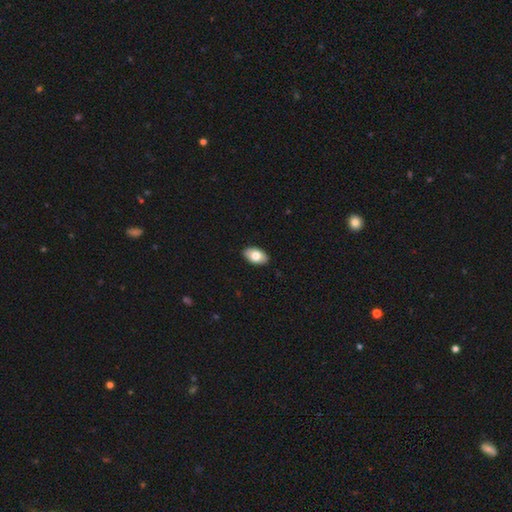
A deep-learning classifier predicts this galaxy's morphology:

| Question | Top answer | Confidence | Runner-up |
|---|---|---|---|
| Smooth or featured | smooth | 78% | featured or disk (15%) |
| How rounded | in between | 94% | round (5%) |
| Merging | none | 90% | minor disturbance (8%) |